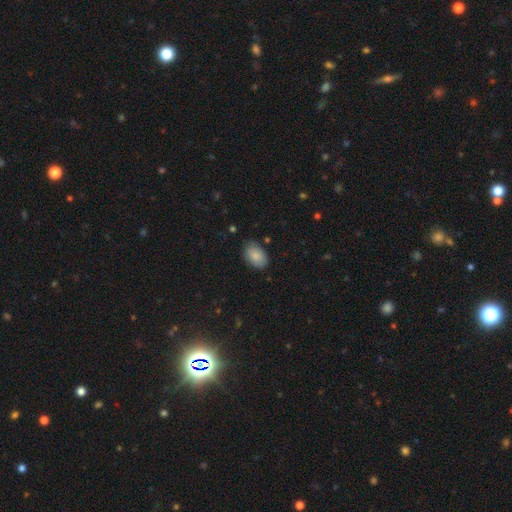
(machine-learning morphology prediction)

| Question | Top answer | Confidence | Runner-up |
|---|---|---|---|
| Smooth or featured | smooth | 86% | featured or disk (8%) |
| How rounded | in between | 89% | round (10%) |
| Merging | none | 78% | minor disturbance (17%) |